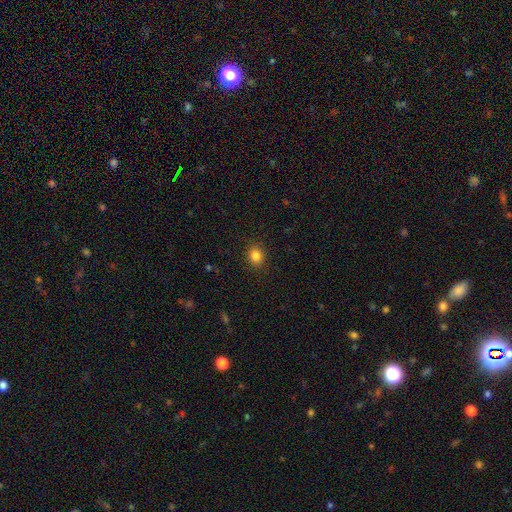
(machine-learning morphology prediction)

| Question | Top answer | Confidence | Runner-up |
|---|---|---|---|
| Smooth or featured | smooth | 84% | star or artifact (11%) |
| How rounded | round | 70% | in between (29%) |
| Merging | none | 89% | minor disturbance (7%) |